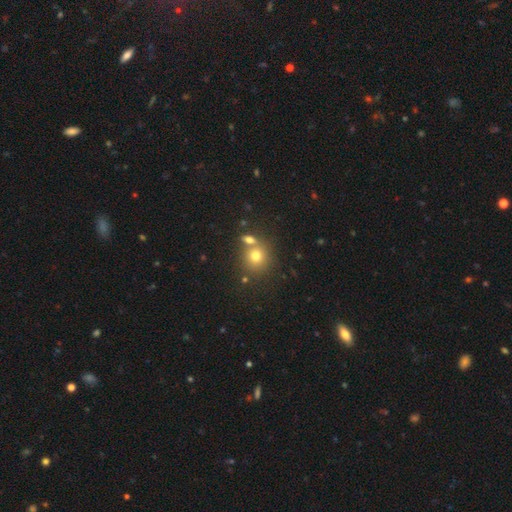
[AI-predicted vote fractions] Overall: smooth (74%). How rounded: round (84%). Merging: none (56%; merger 32%).